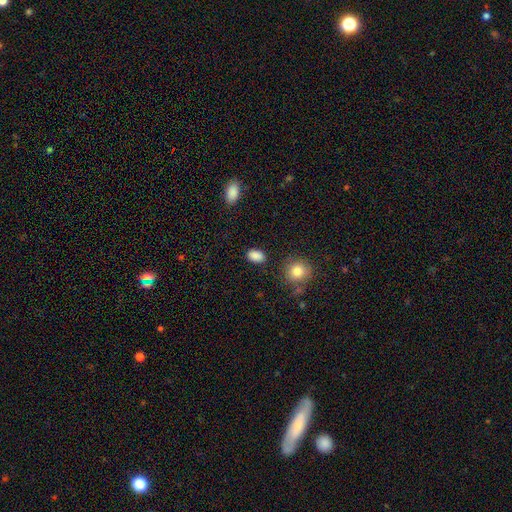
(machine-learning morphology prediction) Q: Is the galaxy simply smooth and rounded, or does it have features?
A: smooth — 88%.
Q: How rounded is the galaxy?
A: in between — 86%.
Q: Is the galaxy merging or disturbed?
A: none — 84%.